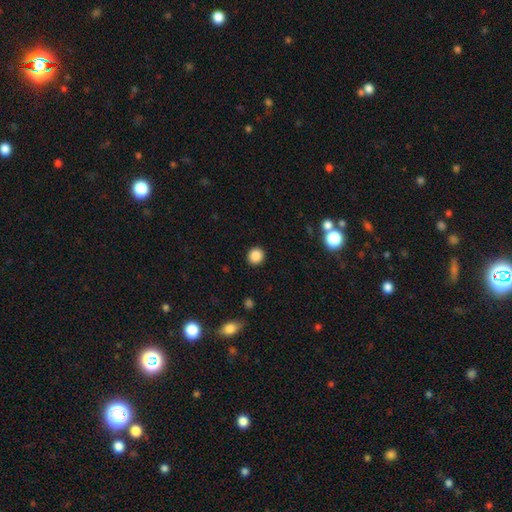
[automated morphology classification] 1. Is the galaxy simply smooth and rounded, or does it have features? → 87% smooth, 10% star or artifact, 3% featured or disk.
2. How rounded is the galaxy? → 89% round, 10% in between, 1% cigar-shaped.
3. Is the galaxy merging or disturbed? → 92% none, 5% minor disturbance, 2% major disturbance, 1% merger.